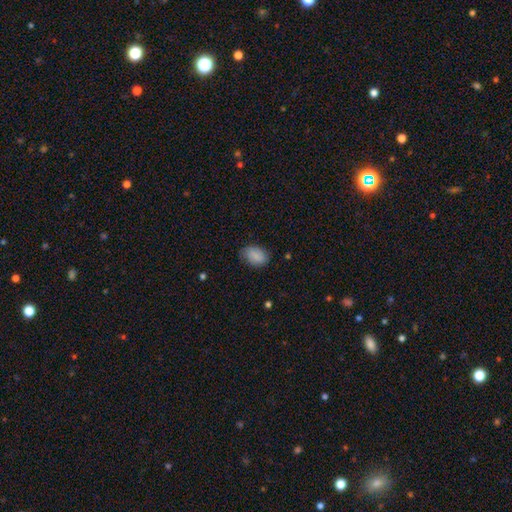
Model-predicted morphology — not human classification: The model was most divided on "merging": none: 72%, minor disturbance: 22%, major disturbance: 5%, merger: 1%. More confident: how rounded — in between (84%); smooth or featured — smooth (79%).